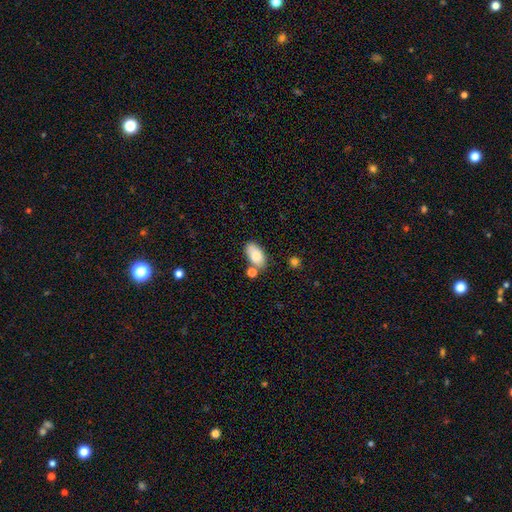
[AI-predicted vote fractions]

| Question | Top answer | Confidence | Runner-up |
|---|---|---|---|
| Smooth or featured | smooth | 83% | featured or disk (10%) |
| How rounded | in between | 93% | round (4%) |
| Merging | none | 62% | minor disturbance (17%) |